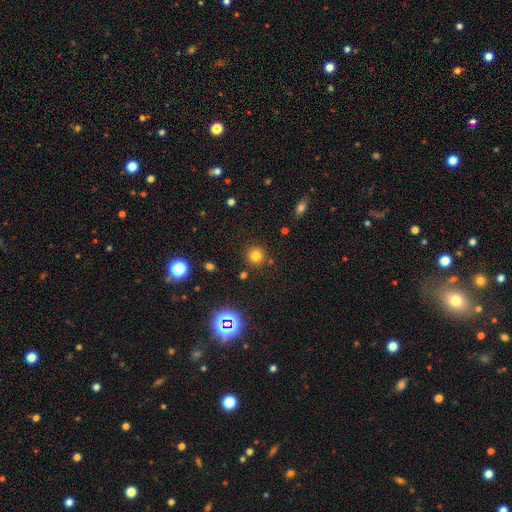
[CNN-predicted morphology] This appears to be a smooth galaxy with no disk features (77%) that is round (94%). Merging: none (87%).